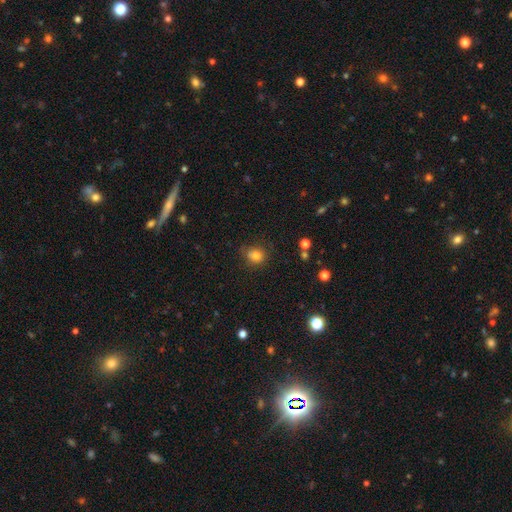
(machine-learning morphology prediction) Smooth or featured: smooth — 80% (star or artifact — 13%)
How rounded: round — 73% (in between — 26%)
Merging: none — 70% (minor disturbance — 20%)